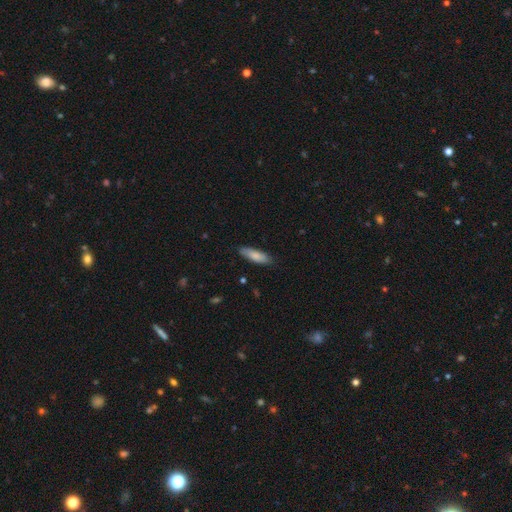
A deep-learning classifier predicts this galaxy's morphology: Smooth or featured? Predicted: smooth (p=0.83). How rounded? Predicted: cigar-shaped (p=0.51). Merging? Predicted: none (p=0.85).